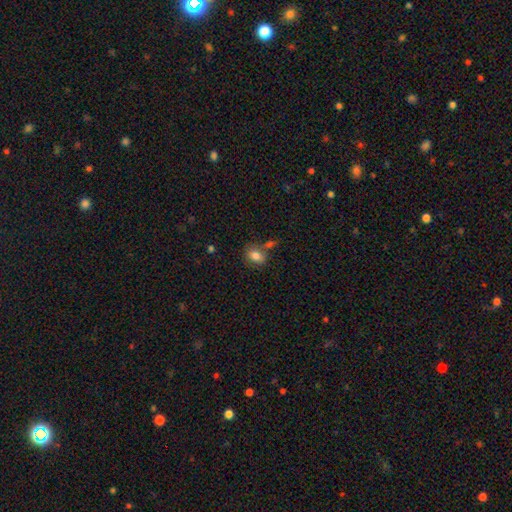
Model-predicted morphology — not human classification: Q: Smooth or featured?
A: smooth (79%); runner-up: featured or disk (11%)
Q: How rounded?
A: in between (64%); runner-up: round (35%)
Q: Merging?
A: none (61%); runner-up: merger (17%)